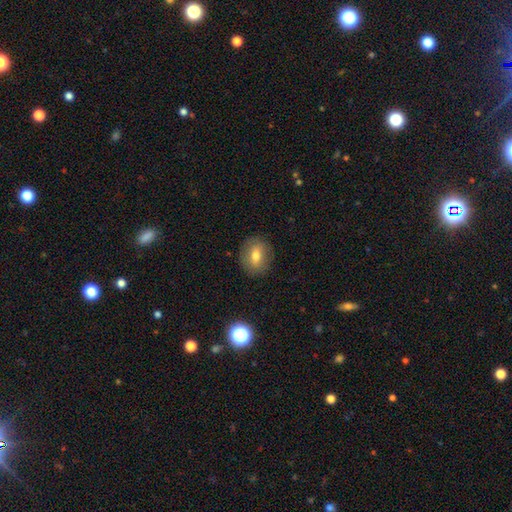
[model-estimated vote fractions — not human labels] Morphology: type=smooth (67%); roundness=in between (50%); merging=none (85%).